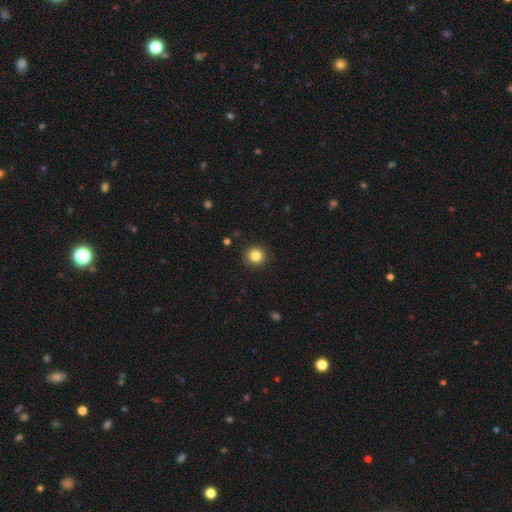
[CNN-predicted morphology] smooth_or_featured: smooth (p=0.84) [alt: star or artifact p=0.11]
how_rounded: round (p=0.92) [alt: in between p=0.07]
merging: none (p=0.89) [alt: minor disturbance p=0.08]